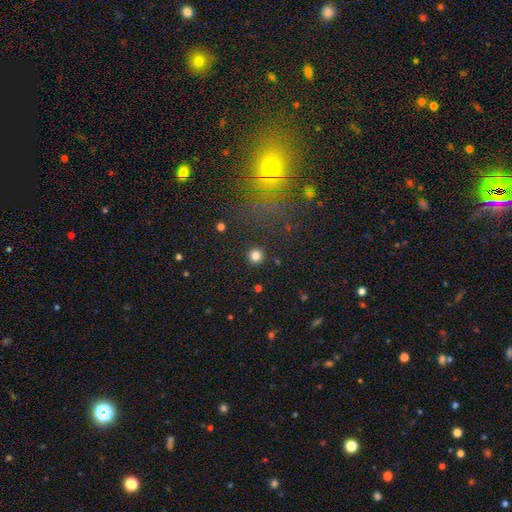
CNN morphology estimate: smooth 82%, star or artifact 13%, featured or disk 5%. Down the decision tree: how rounded — round (95%); merging — none (92%).